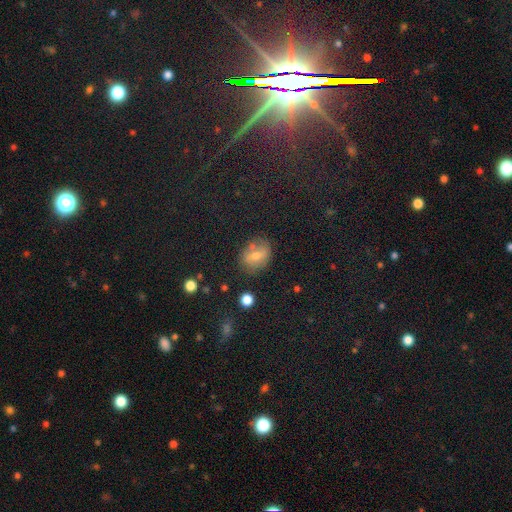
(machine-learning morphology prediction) smooth_or_featured: smooth (p=0.62) [alt: featured or disk p=0.25]
how_rounded: in between (p=0.59) [alt: round p=0.39]
merging: none (p=0.65) [alt: minor disturbance p=0.21]